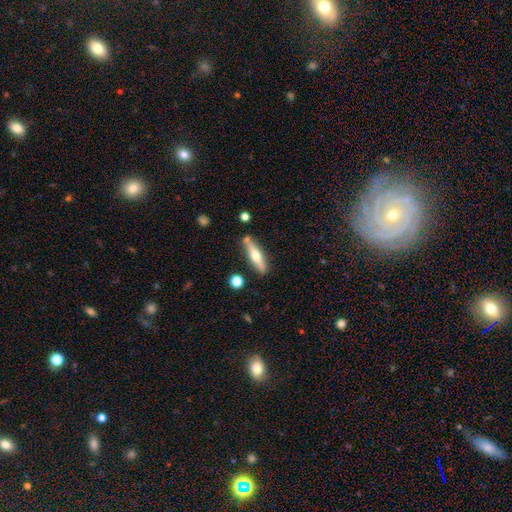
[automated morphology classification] Smooth or featured? Predicted: featured or disk (p=0.49). Merging? Predicted: none (p=0.78).